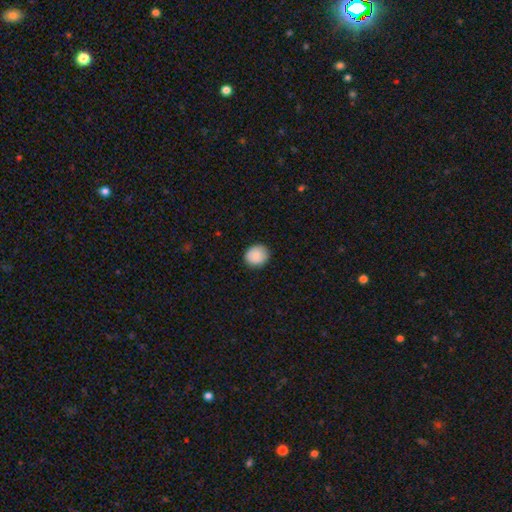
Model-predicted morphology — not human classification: smooth 89%, star or artifact 7%, featured or disk 4%. Down the decision tree: how rounded — round (77%); merging — none (89%).